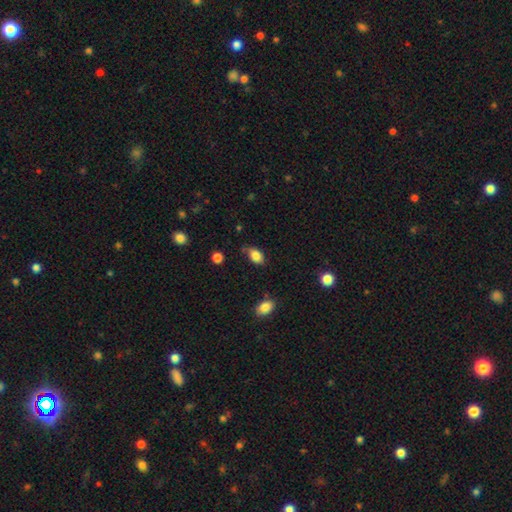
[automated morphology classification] Overall: smooth (84%). How rounded: in between (89%). Merging: none (69%).